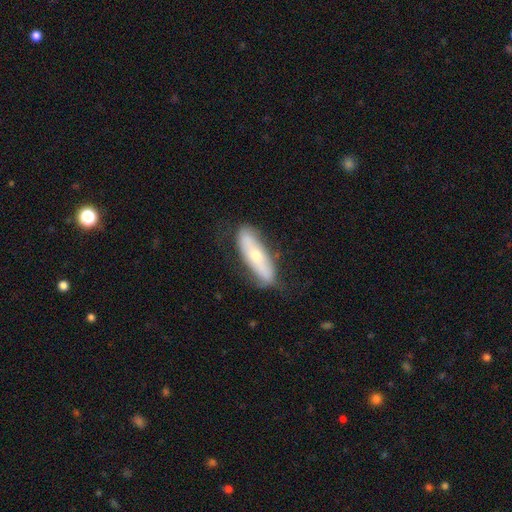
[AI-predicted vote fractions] Morphology: type=featured or disk (47%); merging=none (75%).